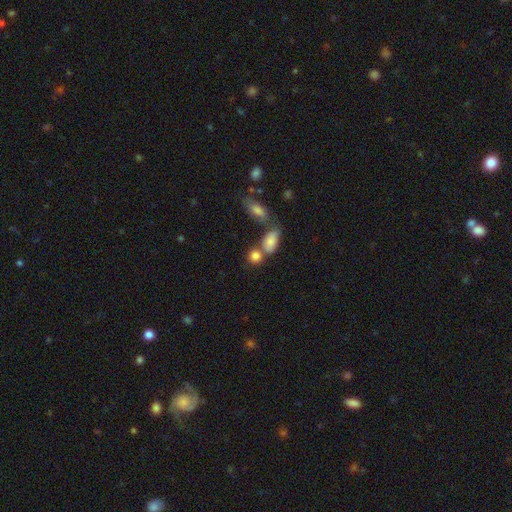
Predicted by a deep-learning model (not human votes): Smooth or featured? Predicted: smooth (p=0.83). How rounded? Predicted: round (p=0.51). Merging? Predicted: none (p=0.48).